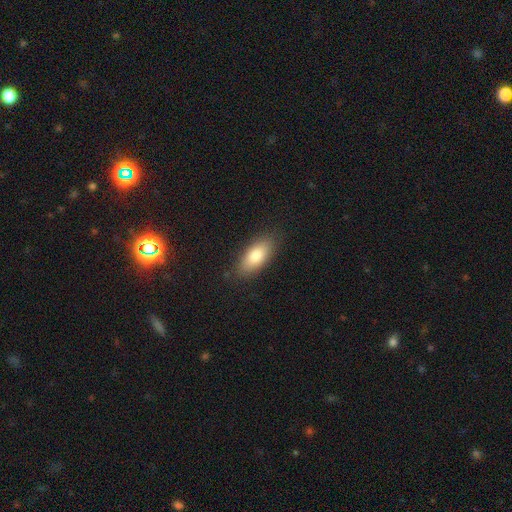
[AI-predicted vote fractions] Smooth or featured: smooth — 81% (featured or disk — 13%)
How rounded: in between — 84% (cigar-shaped — 13%)
Merging: none — 84% (minor disturbance — 12%)